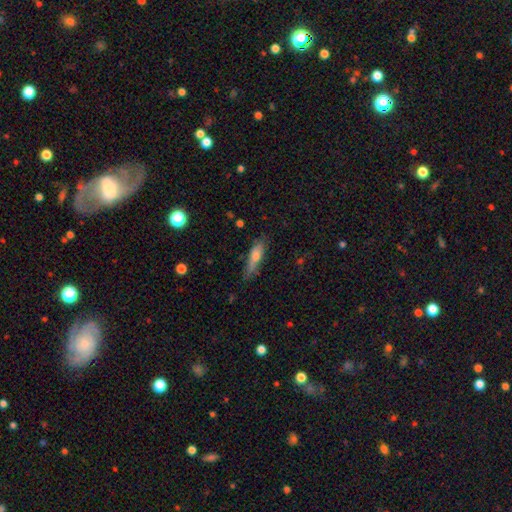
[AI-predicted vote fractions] This appears to be a smooth galaxy with no disk features (63%) that is cigar-shaped (66%). Merging: none (65%).